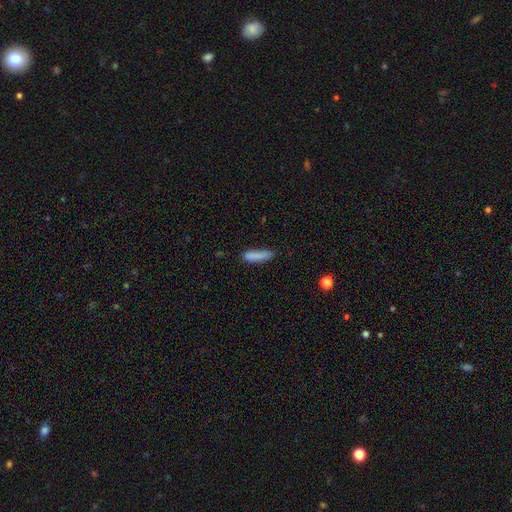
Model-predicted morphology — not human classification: smooth 84%, featured or disk 8%, star or artifact 8%. Down the decision tree: how rounded — cigar-shaped (73%); merging — none (68%).